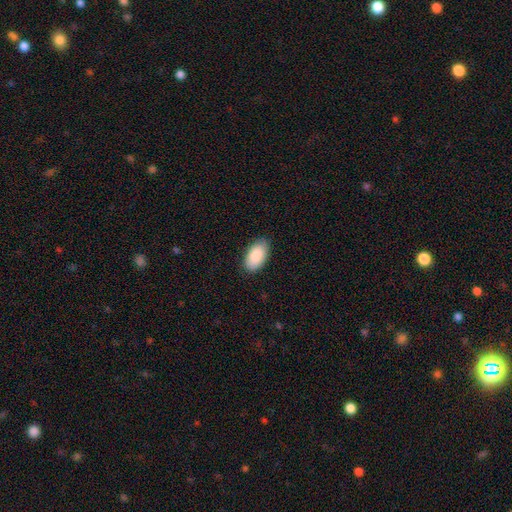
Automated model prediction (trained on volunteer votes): Q: Smooth or featured?
A: smooth (90%); runner-up: star or artifact (6%)
Q: How rounded?
A: in between (96%); runner-up: round (3%)
Q: Merging?
A: none (85%); runner-up: minor disturbance (12%)